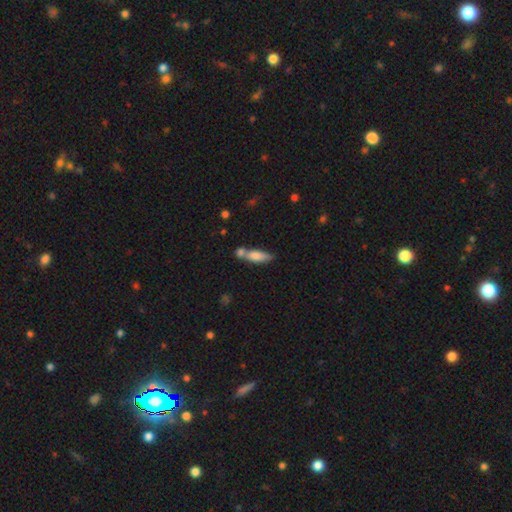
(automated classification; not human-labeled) Q: Smooth or featured?
A: smooth (73%); runner-up: featured or disk (19%)
Q: How rounded?
A: cigar-shaped (50%); runner-up: in between (47%)
Q: Merging?
A: none (42%); runner-up: merger (38%)